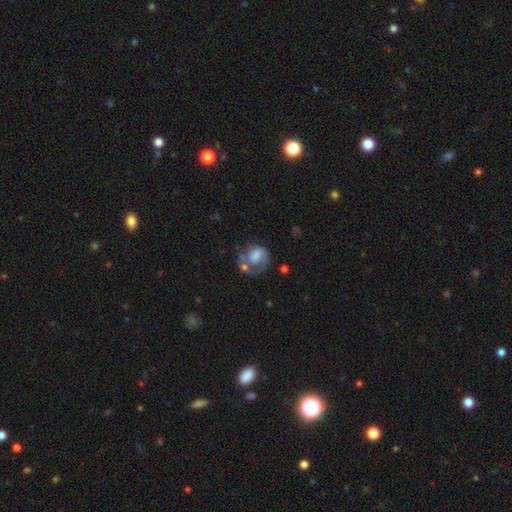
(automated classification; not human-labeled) Morphology: type=featured or disk (47%); merging=none (37%).